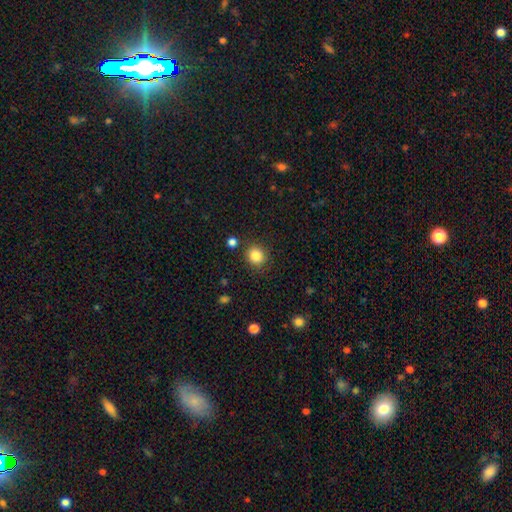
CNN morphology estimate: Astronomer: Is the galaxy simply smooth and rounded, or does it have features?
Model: smooth — 84%.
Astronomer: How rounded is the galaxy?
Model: round — 83%.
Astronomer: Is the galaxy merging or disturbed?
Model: none — 85%.